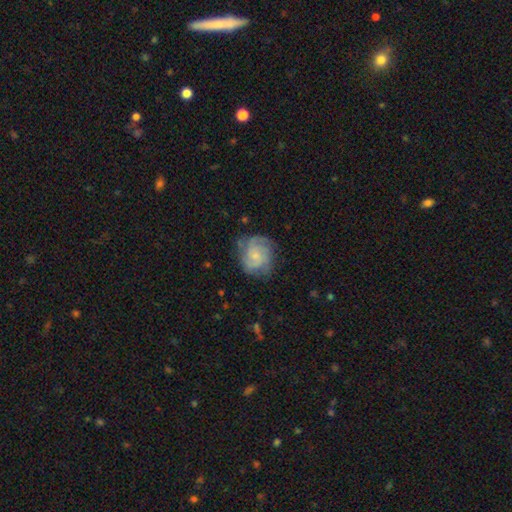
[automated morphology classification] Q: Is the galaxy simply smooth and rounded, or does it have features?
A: featured or disk — 68%.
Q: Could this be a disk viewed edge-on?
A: no — 98%.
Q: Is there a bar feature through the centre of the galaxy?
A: no — 71%.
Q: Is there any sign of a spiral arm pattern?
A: yes — 91%.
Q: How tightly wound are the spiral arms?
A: tight — 53%.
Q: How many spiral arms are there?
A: can't tell — 31%.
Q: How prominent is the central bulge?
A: small — 61%.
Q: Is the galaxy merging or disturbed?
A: none — 69%.